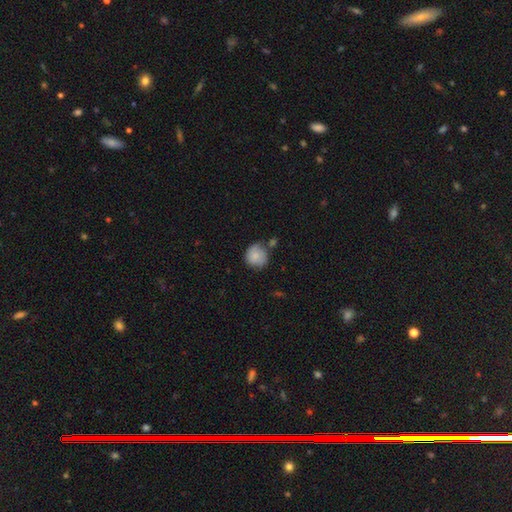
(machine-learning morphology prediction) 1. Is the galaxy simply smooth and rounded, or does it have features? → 81% smooth, 12% featured or disk, 7% star or artifact.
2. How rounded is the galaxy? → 88% round, 11% in between, 1% cigar-shaped.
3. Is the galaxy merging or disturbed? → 57% none, 24% minor disturbance, 12% merger, 6% major disturbance.